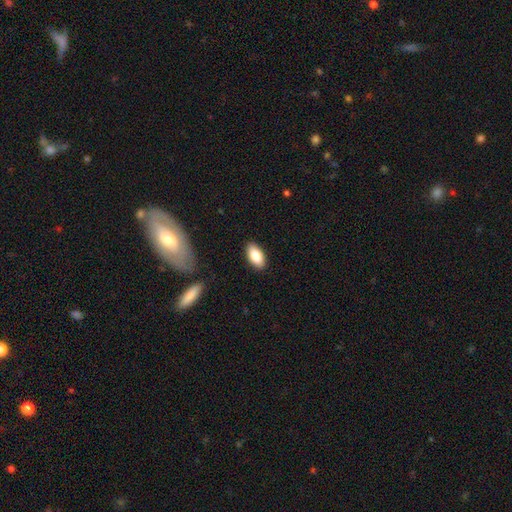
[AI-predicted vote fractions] Smooth or featured? Predicted: smooth (p=0.82). How rounded? Predicted: in between (p=0.92). Merging? Predicted: none (p=0.88).